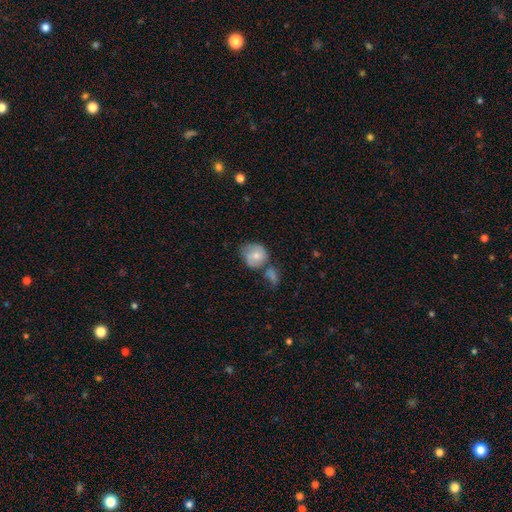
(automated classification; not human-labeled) smooth 67%, featured or disk 26%, star or artifact 8%. Down the decision tree: how rounded — round (68%); merging — none (35%).